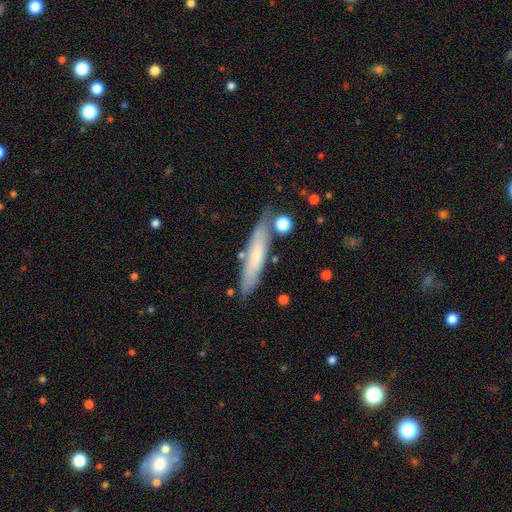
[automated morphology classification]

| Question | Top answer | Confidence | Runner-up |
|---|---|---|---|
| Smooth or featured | smooth | 62% | featured or disk (32%) |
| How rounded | cigar-shaped | 87% | in between (12%) |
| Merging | none | 73% | minor disturbance (17%) |